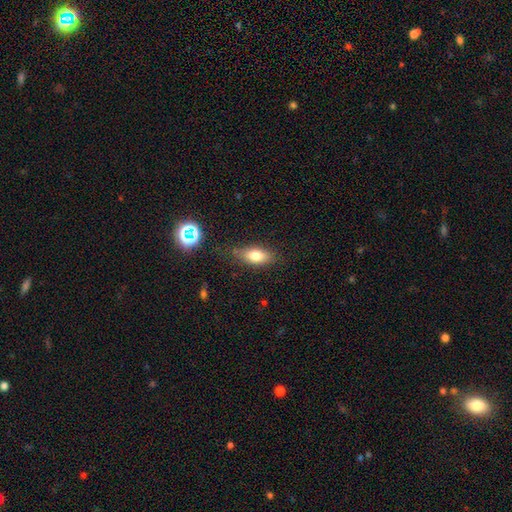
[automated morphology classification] Smooth or featured?
  - smooth: 76% *
  - featured or disk: 14%
  - star or artifact: 10%
How rounded?
  - in between: 81% *
  - cigar-shaped: 13%
  - round: 6%
Merging?
  - none: 73% *
  - minor disturbance: 19%
  - major disturbance: 5%
  - merger: 3%